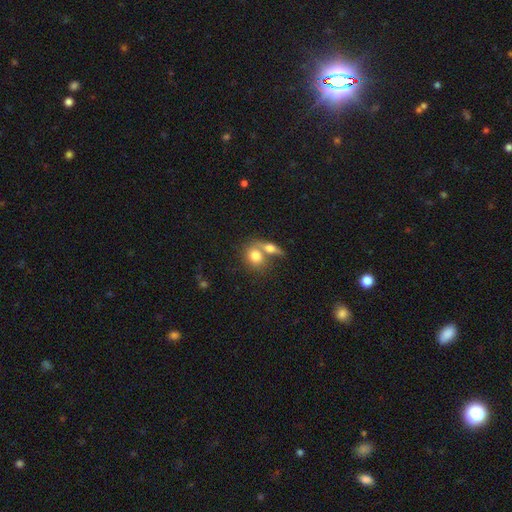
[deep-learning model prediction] Overall: smooth (73%). How rounded: in between (49%; round 47%). Merging: merger (54%; none 34%).